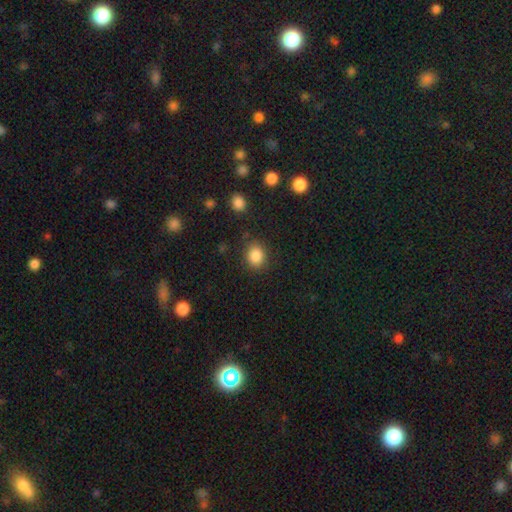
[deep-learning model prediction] Overall: smooth (86%). How rounded: round (60%; in between 39%). Merging: none (83%).